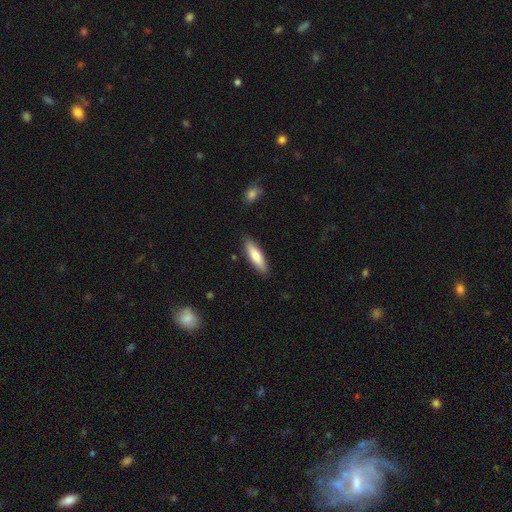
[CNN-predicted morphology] Smooth or featured: smooth — 77% (featured or disk — 17%)
How rounded: cigar-shaped — 58% (in between — 40%)
Merging: none — 87% (minor disturbance — 10%)